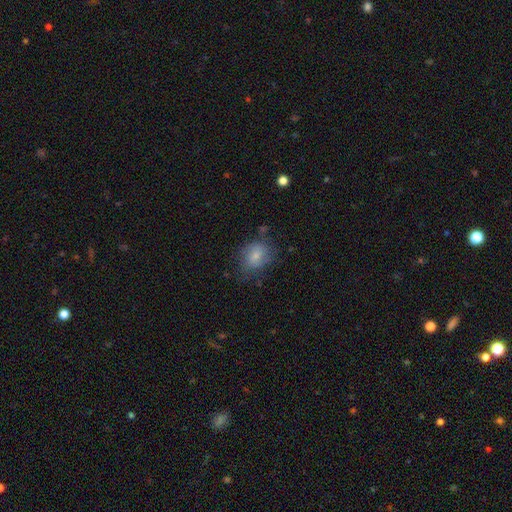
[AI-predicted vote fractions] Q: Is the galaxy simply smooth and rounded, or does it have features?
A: smooth — 74%.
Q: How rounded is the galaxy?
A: in between — 51%.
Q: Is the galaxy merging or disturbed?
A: none — 63%.